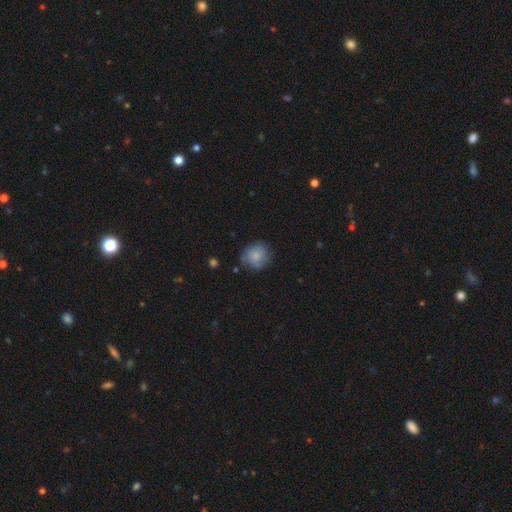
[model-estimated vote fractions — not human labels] Q: Smooth or featured?
A: smooth (73%); runner-up: featured or disk (19%)
Q: How rounded?
A: round (85%); runner-up: in between (14%)
Q: Merging?
A: none (70%); runner-up: minor disturbance (21%)